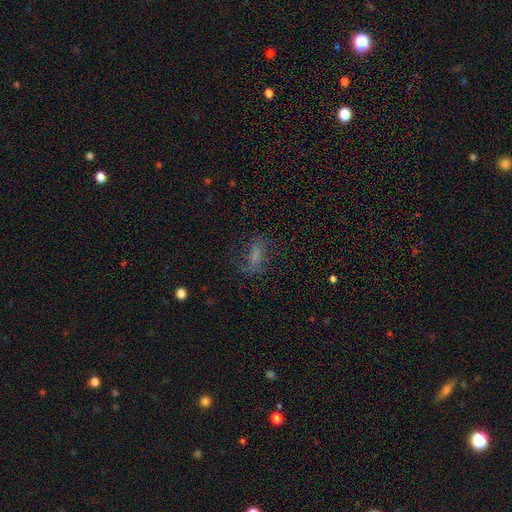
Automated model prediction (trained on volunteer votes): A smooth galaxy with no disk features (44%).

Vote fractions:
- Smooth or featured? smooth: 44% / featured or disk: 38% / star or artifact: 19%
- Merging? none: 54% / major disturbance: 23% / minor disturbance: 20% / merger: 2%